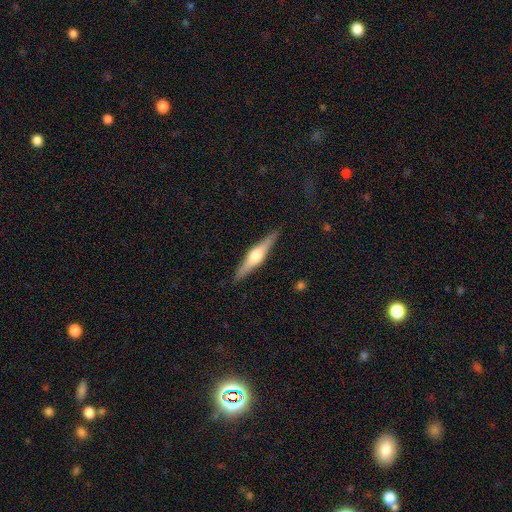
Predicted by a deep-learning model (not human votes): Smooth or featured? Predicted: featured or disk (p=0.71). Edge-on disk? Predicted: yes (p=0.98). Edge-on bulge? Predicted: rounded (p=0.94). Merging? Predicted: none (p=0.90).